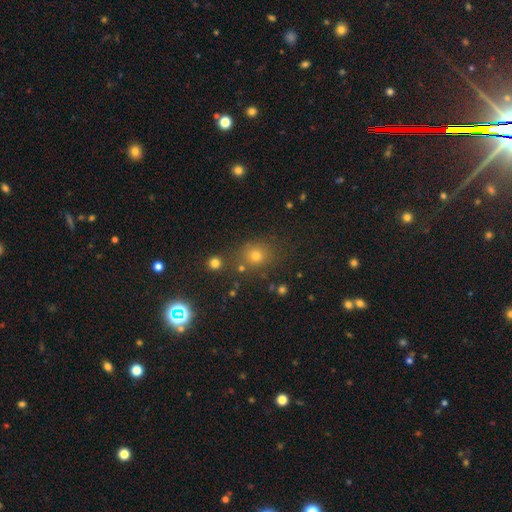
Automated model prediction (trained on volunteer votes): The model was most divided on "smooth or featured": smooth: 67%, star or artifact: 25%, featured or disk: 9%. More confident: merging — none (78%); how rounded — round (77%).